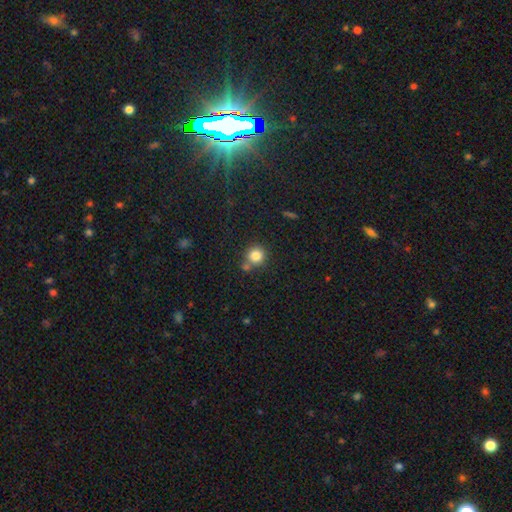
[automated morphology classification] smooth-or-featured: smooth: 82% | star or artifact: 11% | featured or disk: 6%
  how-rounded: round: 92% | in between: 7% | cigar-shaped: 1%
  merging: none: 67% | merger: 19% | minor disturbance: 10% | major disturbance: 3%